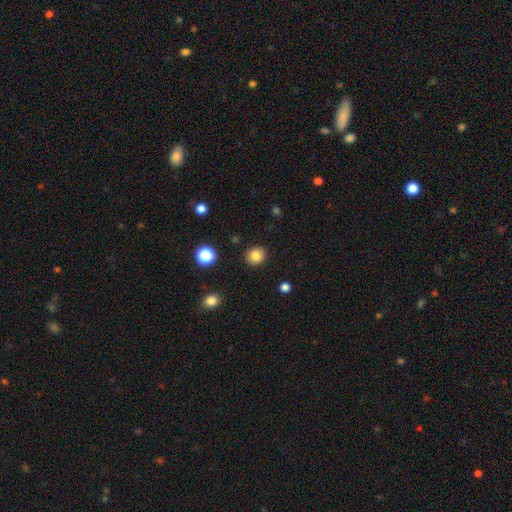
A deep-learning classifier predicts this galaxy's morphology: smooth 84%, star or artifact 11%, featured or disk 5%. Down the decision tree: how rounded — round (84%); merging — none (90%).